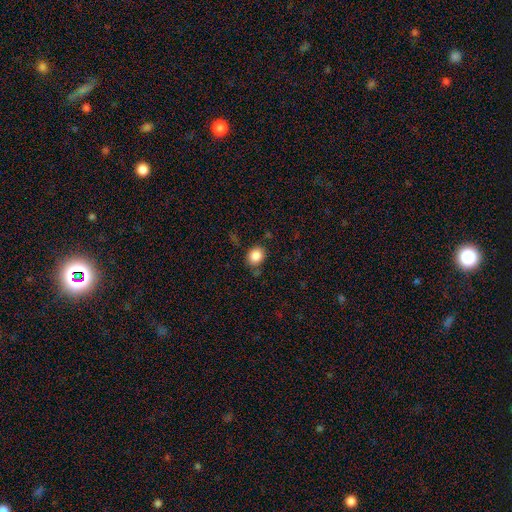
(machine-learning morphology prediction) This is clearly a smooth galaxy (86%). How rounded: likely round (66%). Merging: likely none (73%).